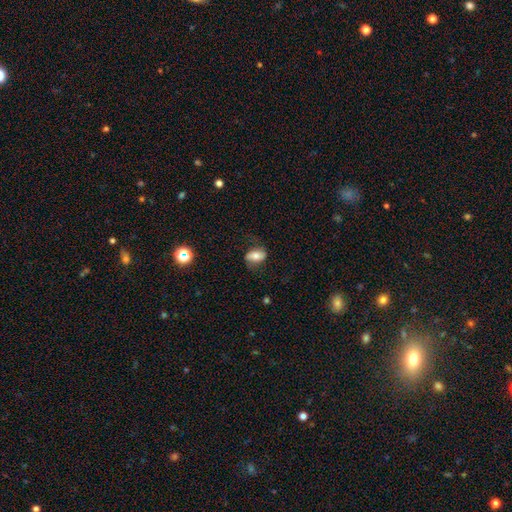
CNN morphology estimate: A smooth galaxy with no disk features (60%) that is in between round and cigar-shaped (85%). Merging: none (67%).